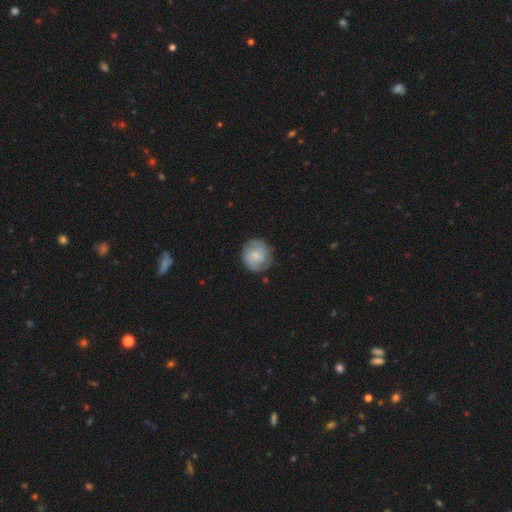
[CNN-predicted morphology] Smooth or featured: featured or disk — 50% (smooth — 43%)
Edge-on disk: no — 98% (yes — 2%)
Merging: none — 79% (minor disturbance — 15%)